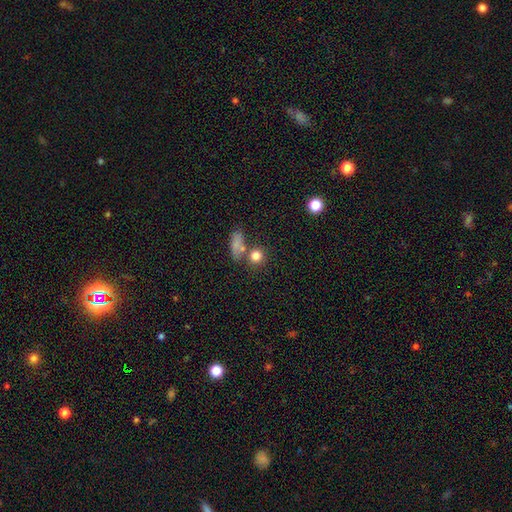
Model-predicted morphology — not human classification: smooth-or-featured: smooth: 79% | star or artifact: 12% | featured or disk: 8%
  how-rounded: round: 84% | in between: 13% | cigar-shaped: 2%
  merging: none: 64% | merger: 22% | minor disturbance: 10% | major disturbance: 5%